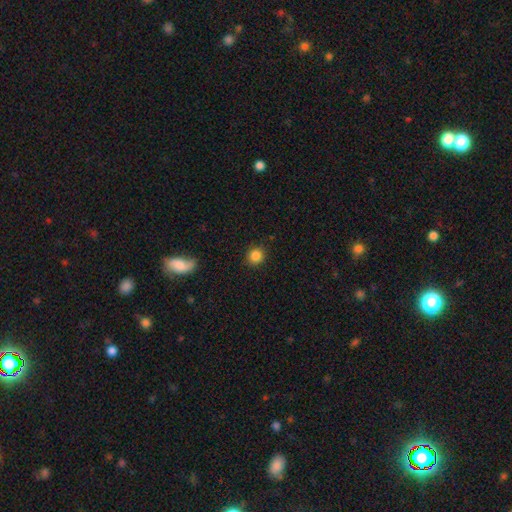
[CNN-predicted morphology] This appears to be a smooth galaxy with no disk features (86%) that is round (87%). Merging: none (90%).